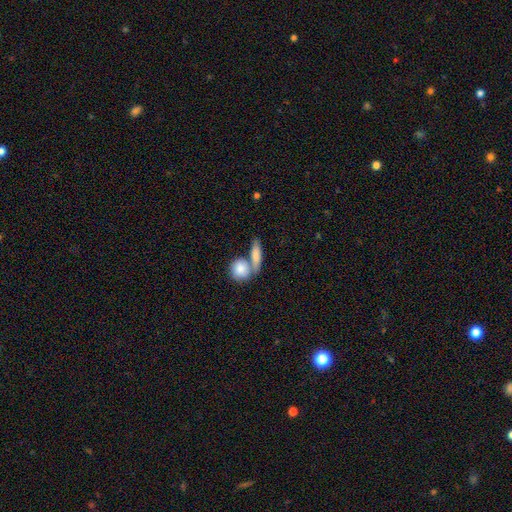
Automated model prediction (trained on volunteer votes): A smooth galaxy with no disk features (77%) that is in between round and cigar-shaped (45%).

Vote fractions:
- Smooth or featured? smooth: 77% / featured or disk: 17% / star or artifact: 6%
- How rounded? in between: 45% / cigar-shaped: 36% / round: 19%
- Merging? none: 45% / merger: 42% / minor disturbance: 10% / major disturbance: 4%